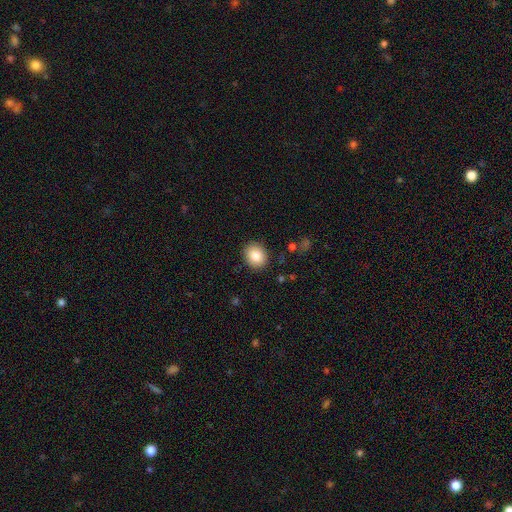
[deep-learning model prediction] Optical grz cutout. It shows a smooth galaxy with no disk features (83%) that is round (66%). Merging: none (89%).